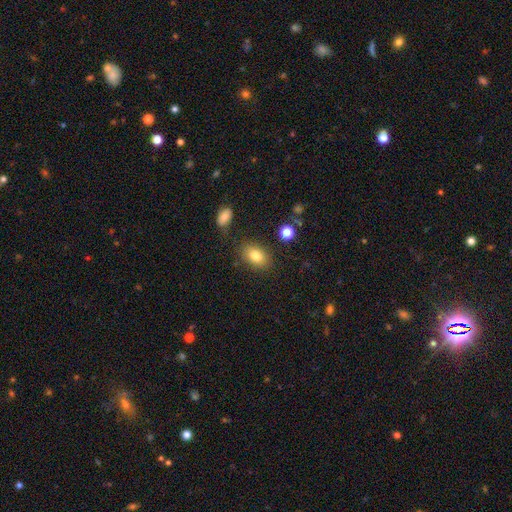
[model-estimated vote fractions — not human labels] Morphology: type=smooth (81%); roundness=in between (82%); merging=none (82%).